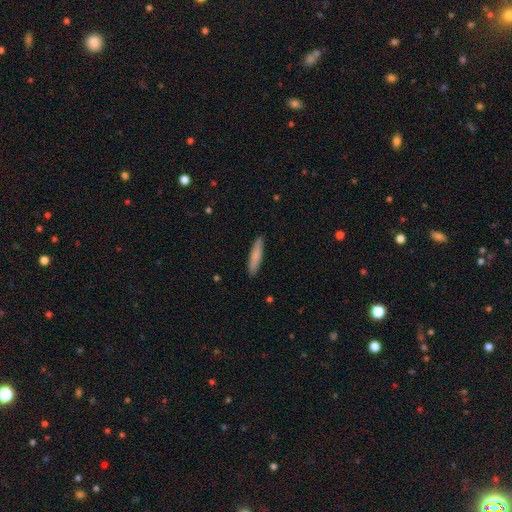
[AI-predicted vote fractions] Smooth or featured?
  - smooth: 81% *
  - featured or disk: 13%
  - star or artifact: 6%
How rounded?
  - cigar-shaped: 87% *
  - in between: 12%
  - round: 1%
Merging?
  - none: 90% *
  - minor disturbance: 7%
  - major disturbance: 2%
  - merger: 1%